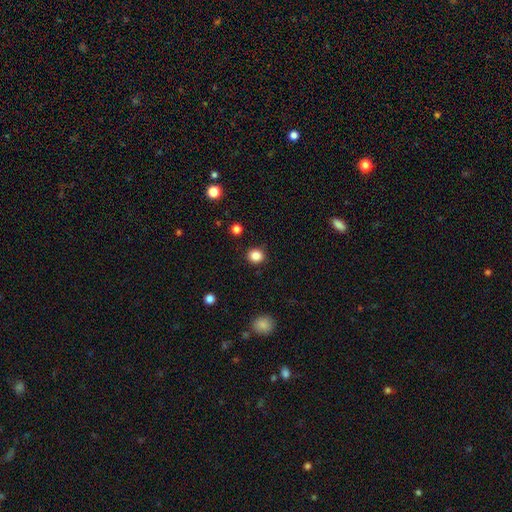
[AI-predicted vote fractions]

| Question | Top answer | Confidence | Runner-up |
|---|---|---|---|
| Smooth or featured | smooth | 86% | star or artifact (11%) |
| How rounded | round | 85% | in between (14%) |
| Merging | none | 91% | minor disturbance (6%) |